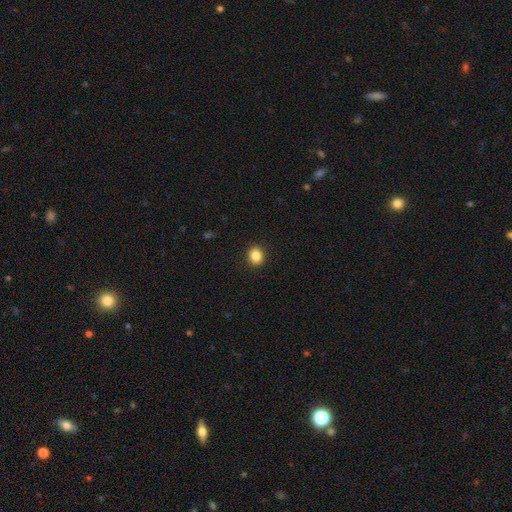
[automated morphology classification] A smooth galaxy with no disk features (86%) that is round (60%).

Vote fractions:
- Smooth or featured? smooth: 86% / star or artifact: 10% / featured or disk: 4%
- How rounded? round: 60% / in between: 39% / cigar-shaped: 1%
- Merging? none: 92% / minor disturbance: 6% / major disturbance: 2% / merger: 1%